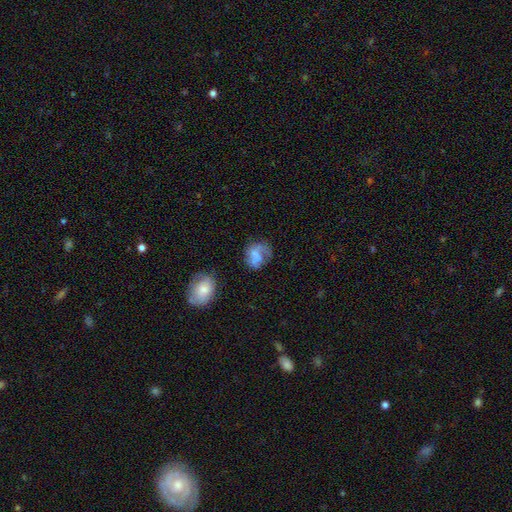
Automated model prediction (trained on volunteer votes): Overall: smooth (55%; featured or disk 33%). How rounded: in between (50%; round 48%). Merging: none (41%; major disturbance 27%).